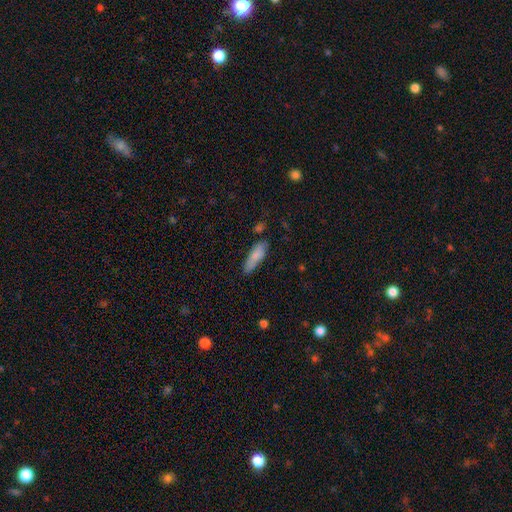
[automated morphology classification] Smooth or featured?
  - smooth: 83% *
  - featured or disk: 11%
  - star or artifact: 6%
How rounded?
  - cigar-shaped: 53% *
  - in between: 46%
  - round: 2%
Merging?
  - none: 70% *
  - minor disturbance: 22%
  - major disturbance: 4%
  - merger: 4%